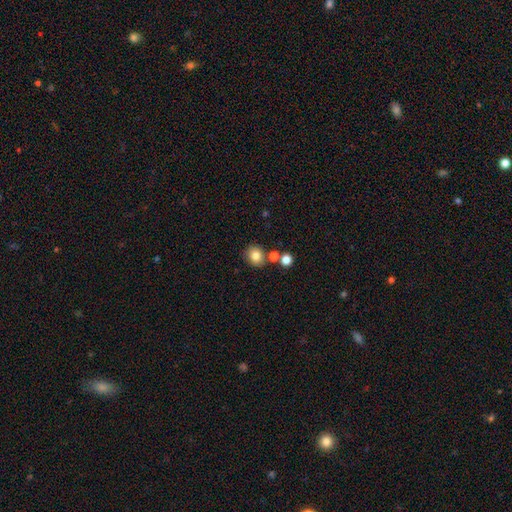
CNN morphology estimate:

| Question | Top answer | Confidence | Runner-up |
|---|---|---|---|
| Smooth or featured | smooth | 81% | star or artifact (11%) |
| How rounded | round | 74% | in between (25%) |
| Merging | none | 71% | merger (15%) |